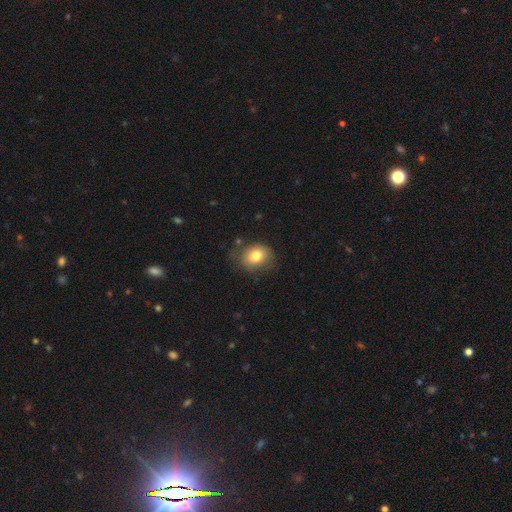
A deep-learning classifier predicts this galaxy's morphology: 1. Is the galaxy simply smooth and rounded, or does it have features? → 78% smooth, 12% featured or disk, 9% star or artifact.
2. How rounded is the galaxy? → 53% round, 46% in between, 1% cigar-shaped.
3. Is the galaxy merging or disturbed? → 67% none, 24% minor disturbance, 7% major disturbance, 2% merger.